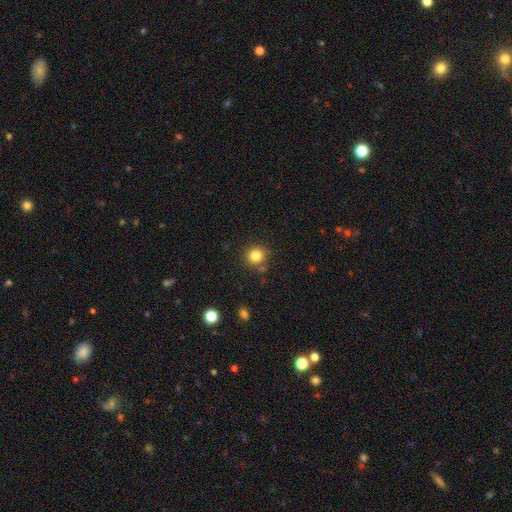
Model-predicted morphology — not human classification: Overall: smooth (82%). How rounded: round (89%). Merging: none (82%).